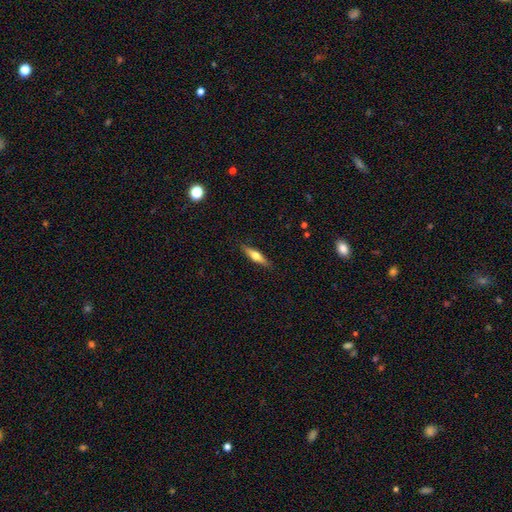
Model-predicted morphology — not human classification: A smooth galaxy with no disk features (51%) that is cigar-shaped (74%). Merging: none (89%).